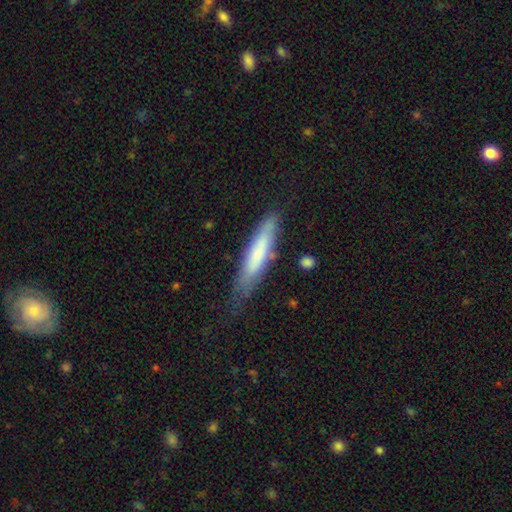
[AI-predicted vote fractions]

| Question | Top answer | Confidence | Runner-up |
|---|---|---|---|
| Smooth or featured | smooth | 64% | featured or disk (30%) |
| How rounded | cigar-shaped | 83% | in between (16%) |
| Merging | none | 70% | minor disturbance (20%) |